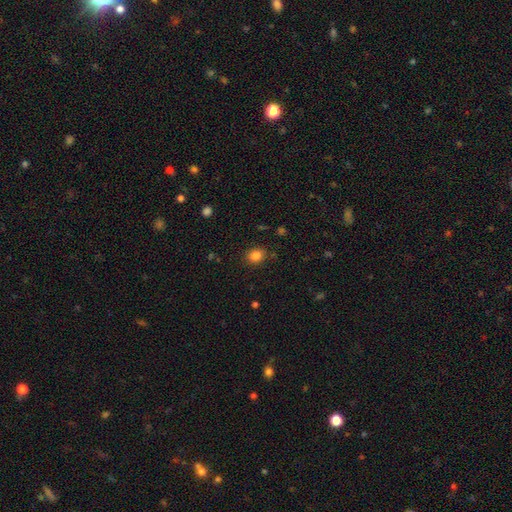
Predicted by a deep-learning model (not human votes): A smooth galaxy with no disk features (84%) that is round (59%).

Vote fractions:
- Smooth or featured? smooth: 84% / star or artifact: 12% / featured or disk: 5%
- How rounded? round: 59% / in between: 40% / cigar-shaped: 1%
- Merging? none: 86% / minor disturbance: 9% / major disturbance: 3% / merger: 2%